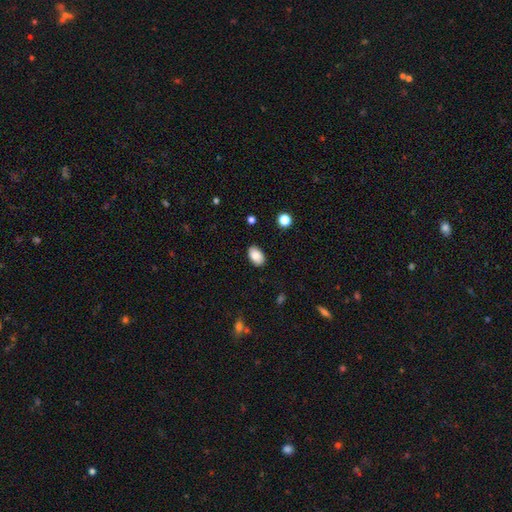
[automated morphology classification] type=smooth (84%); roundness=in between (91%); merging=none (87%).